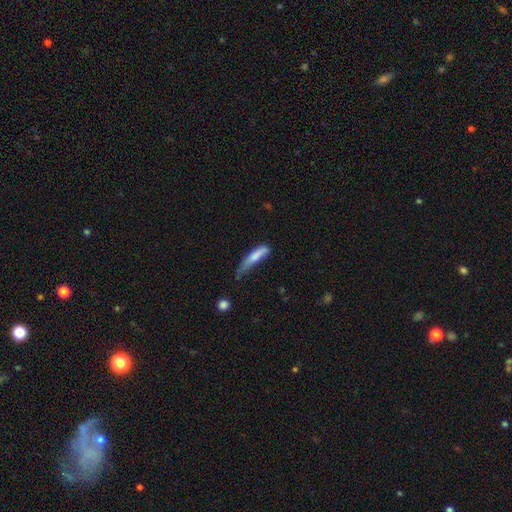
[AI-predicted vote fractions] Overall: smooth (74%). How rounded: cigar-shaped (79%). Merging: minor disturbance (41%; none 28%).